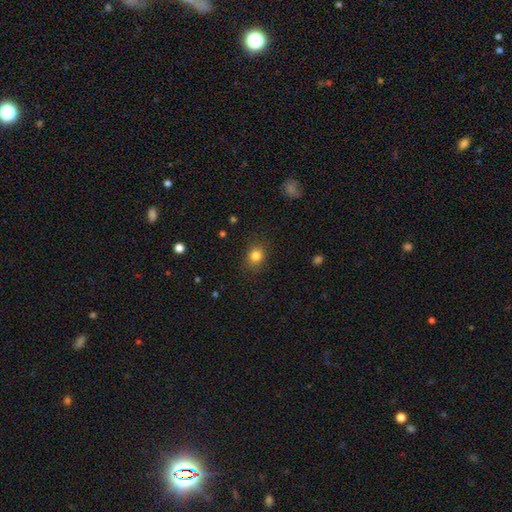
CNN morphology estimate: smooth-or-featured: smooth: 82% | star or artifact: 12% | featured or disk: 6%
  how-rounded: round: 66% | in between: 33% | cigar-shaped: 1%
  merging: none: 84% | minor disturbance: 11% | major disturbance: 3% | merger: 1%